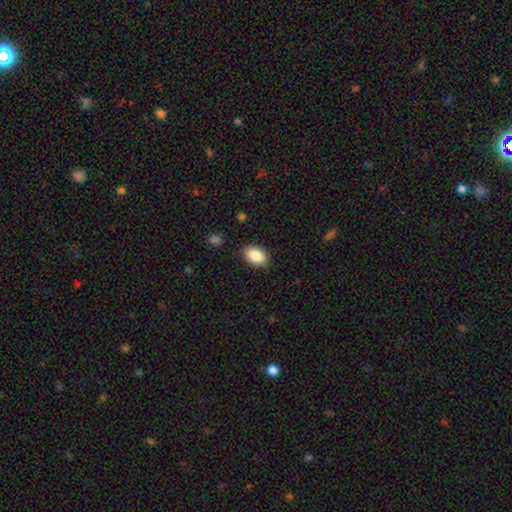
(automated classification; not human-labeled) smooth 88%, star or artifact 7%, featured or disk 4%. Down the decision tree: how rounded — in between (88%); merging — none (84%).